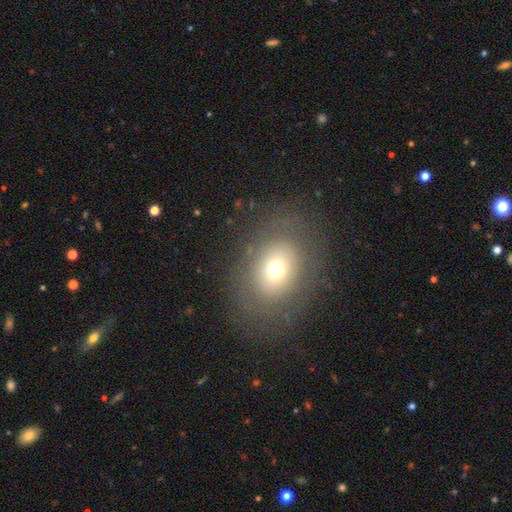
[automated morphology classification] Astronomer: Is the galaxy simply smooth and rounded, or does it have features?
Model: smooth — 55%.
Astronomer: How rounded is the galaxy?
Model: in between — 64%.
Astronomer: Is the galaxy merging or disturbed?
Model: none — 84%.